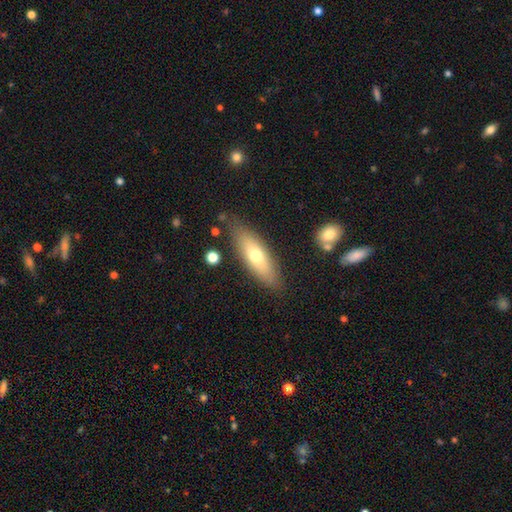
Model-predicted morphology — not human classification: Smooth or featured? smooth (63%)
How rounded? in between (51%)
Merging? none (81%)